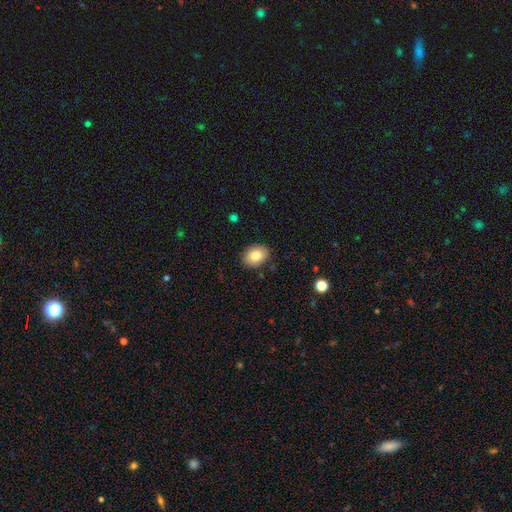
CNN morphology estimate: type=smooth (82%); roundness=in between (64%); merging=none (87%).